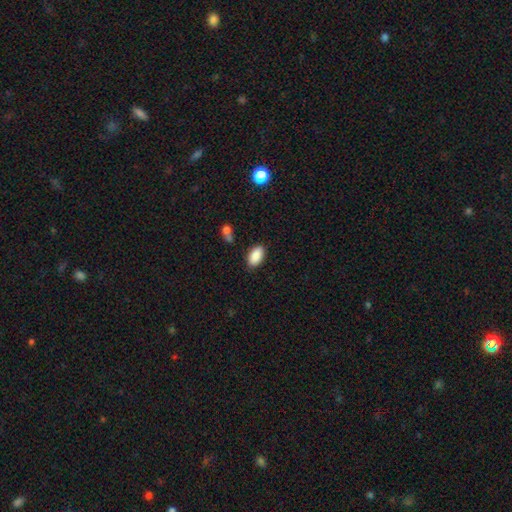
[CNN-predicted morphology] type=smooth (89%); roundness=in between (94%); merging=none (84%).